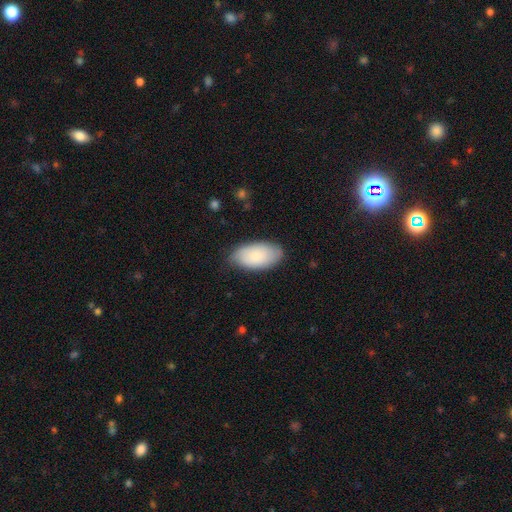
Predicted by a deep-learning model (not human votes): smooth_or_featured: smooth (p=0.81) [alt: featured or disk p=0.13]
how_rounded: in between (p=0.95) [alt: round p=0.03]
merging: none (p=0.78) [alt: minor disturbance p=0.17]